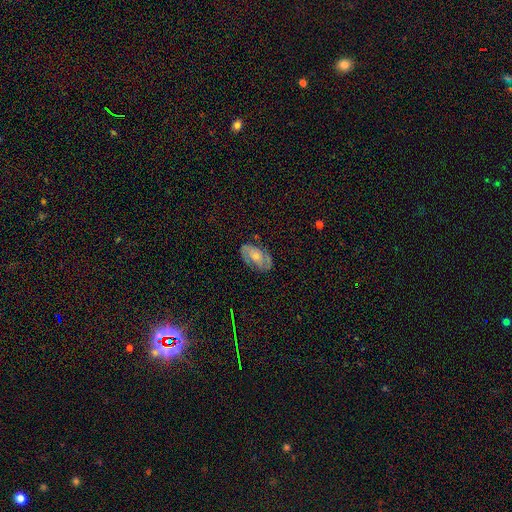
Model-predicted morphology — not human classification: type=featured or disk (61%); edge-on=no (94%); bar=no (67%); spiral arms=yes (78%); bulge=small (47%); merging=none (75%).